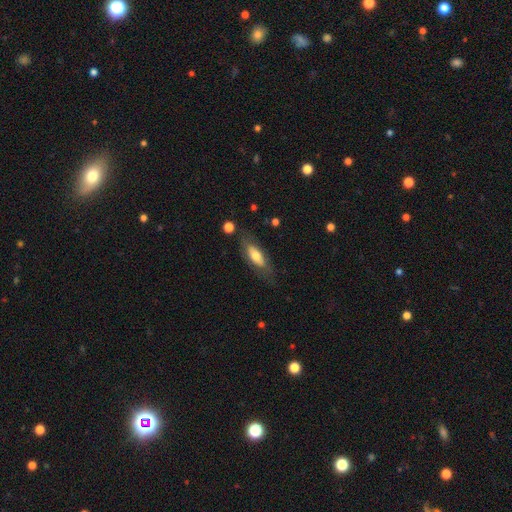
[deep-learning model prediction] smooth_or_featured: smooth (p=0.61) [alt: featured or disk p=0.32]
how_rounded: in between (p=0.71) [alt: cigar-shaped p=0.27]
merging: none (p=0.70) [alt: minor disturbance p=0.19]